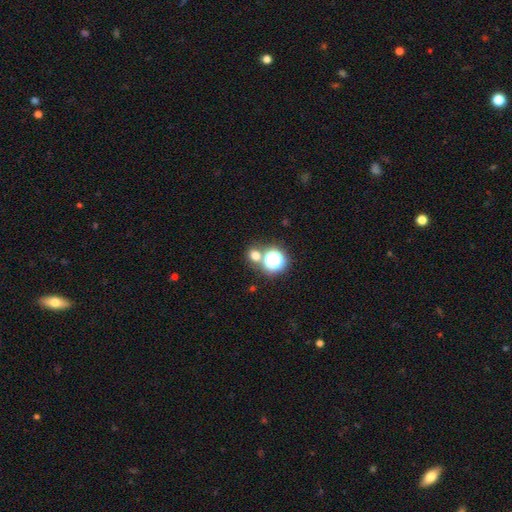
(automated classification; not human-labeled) A smooth galaxy with no disk features (63%) that is round (81%). Merging: none (67%).